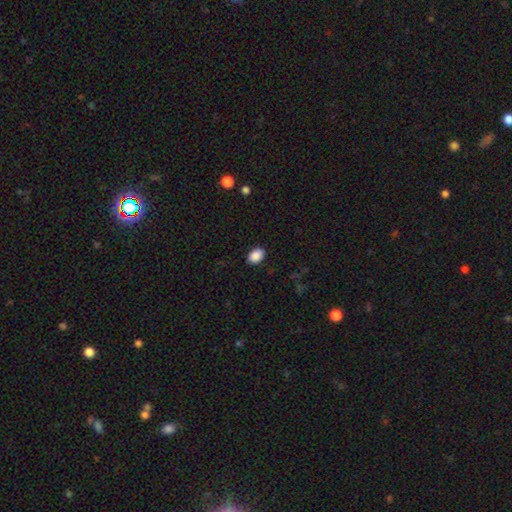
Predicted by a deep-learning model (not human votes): This appears to be a smooth galaxy with no disk features (89%) that is in between round and cigar-shaped (84%). Merging: none (89%).